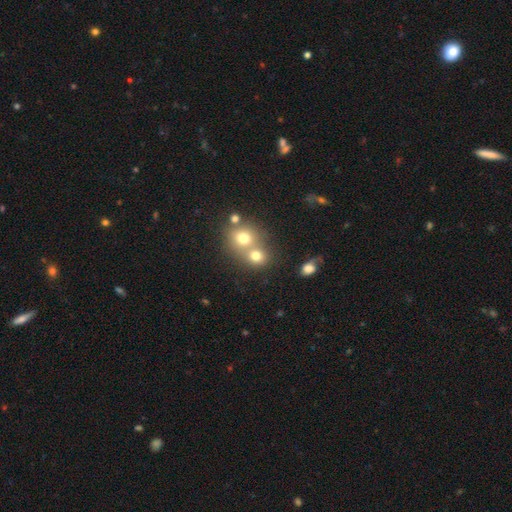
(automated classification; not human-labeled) This appears to be a smooth galaxy with no disk features (74%) that is round (78%). Merging: merger (47%).